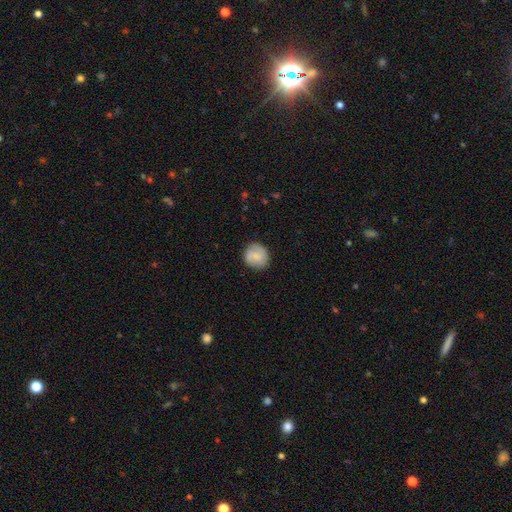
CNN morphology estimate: smooth 75%, featured or disk 18%, star or artifact 7%. Down the decision tree: how rounded — round (86%); merging — none (85%).